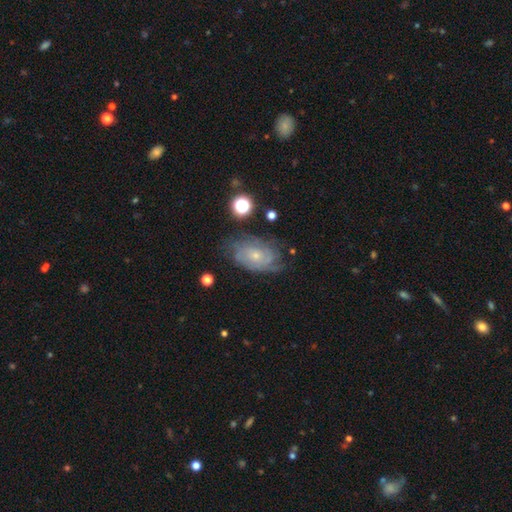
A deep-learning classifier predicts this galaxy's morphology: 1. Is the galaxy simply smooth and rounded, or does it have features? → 70% featured or disk, 22% smooth, 9% star or artifact.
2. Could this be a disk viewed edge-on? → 96% no, 4% yes.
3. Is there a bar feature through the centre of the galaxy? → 78% no, 19% weak, 3% strong.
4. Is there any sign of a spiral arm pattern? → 85% yes, 15% no.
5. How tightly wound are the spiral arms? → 60% tight, 30% medium, 11% loose.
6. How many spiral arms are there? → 53% can't tell, 19% 2, 12% 3, 8% 4, 5% 1, 4% more than 4.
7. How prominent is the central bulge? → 69% small, 25% moderate, 3% none, 1% large, 1% dominant.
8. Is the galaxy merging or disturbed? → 63% none, 24% minor disturbance, 11% major disturbance, 2% merger.